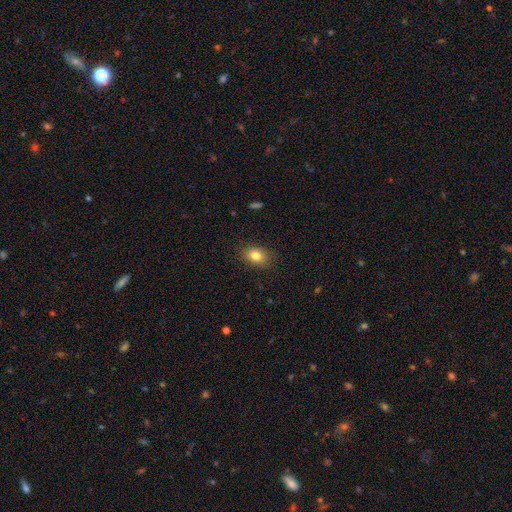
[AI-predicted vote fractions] Q: Smooth or featured?
A: smooth (82%); runner-up: star or artifact (10%)
Q: How rounded?
A: in between (75%); runner-up: round (24%)
Q: Merging?
A: none (86%); runner-up: minor disturbance (10%)